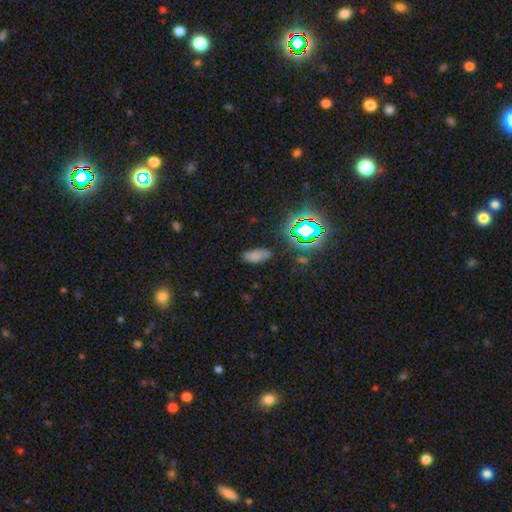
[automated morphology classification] Overall: smooth (69%). How rounded: in between (85%). Merging: none (75%).